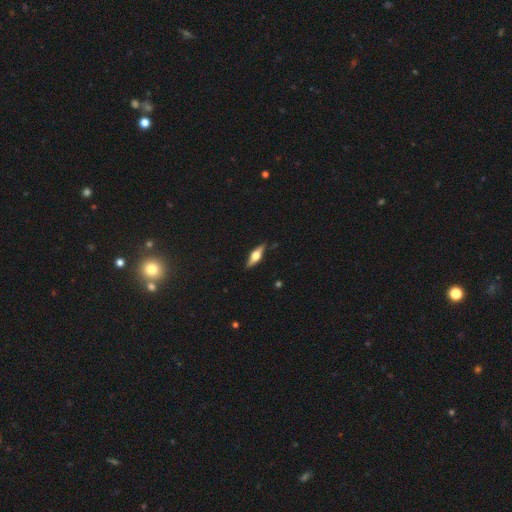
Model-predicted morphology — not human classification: This appears to be a featured or disk galaxy (63%) viewed edge-on (94%) with a rounded central bulge (93%). Merging: none (86%).